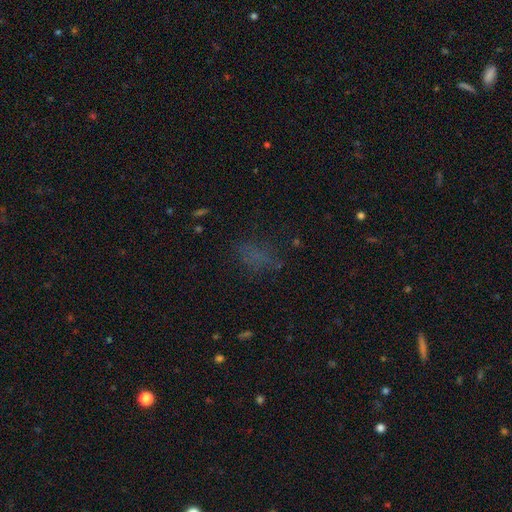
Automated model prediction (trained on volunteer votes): Smooth or featured: smooth — 56% (star or artifact — 29%)
How rounded: in between — 76% (round — 17%)
Merging: none — 61% (minor disturbance — 19%)